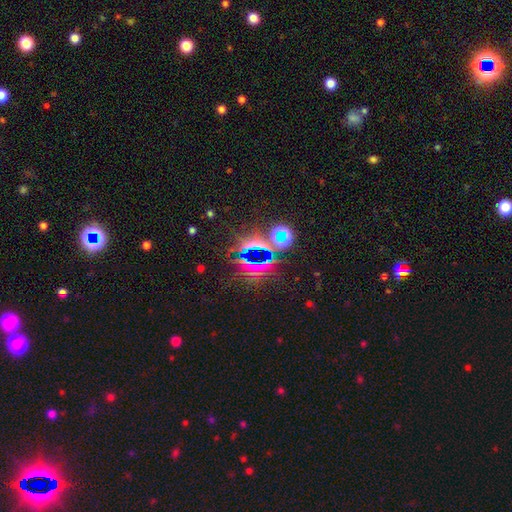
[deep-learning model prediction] smooth-or-featured: star or artifact: 78% | smooth: 13% | featured or disk: 9%